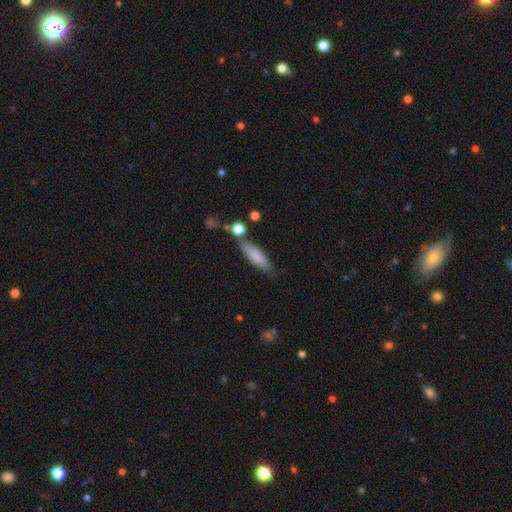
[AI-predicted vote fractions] Smooth or featured?
  - smooth: 80% *
  - featured or disk: 13%
  - star or artifact: 7%
How rounded?
  - cigar-shaped: 57% *
  - in between: 41%
  - round: 2%
Merging?
  - none: 68% *
  - minor disturbance: 17%
  - merger: 9%
  - major disturbance: 5%